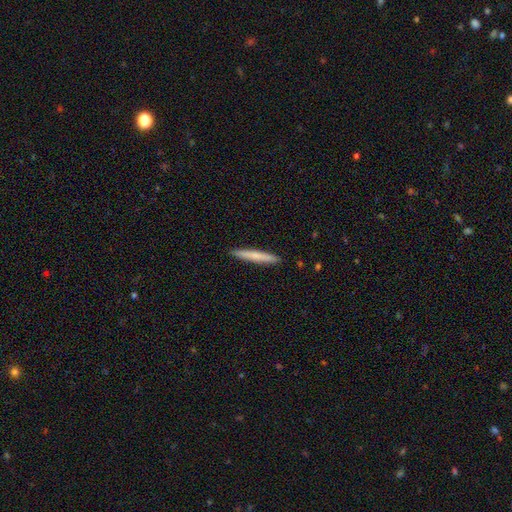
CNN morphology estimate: A smooth galaxy with no disk features (68%) that is cigar-shaped (96%).

Vote fractions:
- Smooth or featured? smooth: 68% / featured or disk: 26% / star or artifact: 5%
- How rounded? cigar-shaped: 96% / in between: 3% / round: 1%
- Merging? none: 92% / minor disturbance: 6% / major disturbance: 1% / merger: 1%